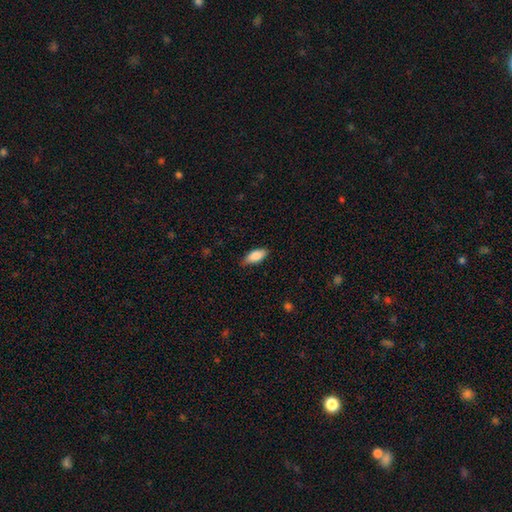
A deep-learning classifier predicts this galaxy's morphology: smooth_or_featured: smooth (p=0.84) [alt: featured or disk p=0.09]
how_rounded: in between (p=0.84) [alt: cigar-shaped p=0.13]
merging: none (p=0.81) [alt: minor disturbance p=0.16]